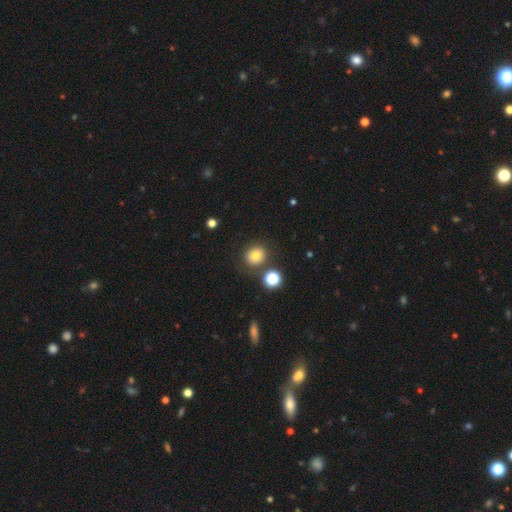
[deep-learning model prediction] Q: Smooth or featured?
A: smooth (77%); runner-up: star or artifact (14%)
Q: How rounded?
A: round (83%); runner-up: in between (16%)
Q: Merging?
A: none (79%); runner-up: minor disturbance (10%)